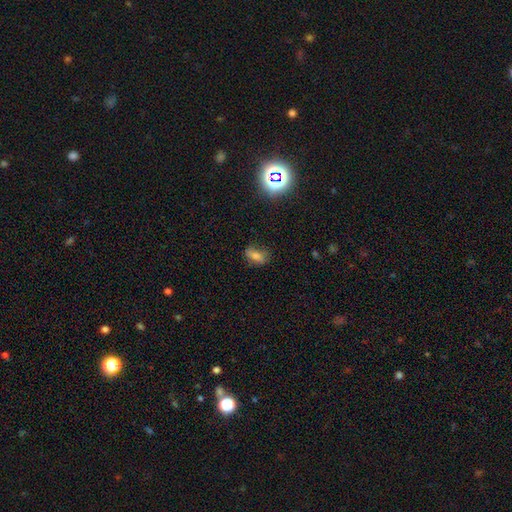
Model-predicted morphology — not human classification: smooth 57%, featured or disk 22%, star or artifact 21%. Down the decision tree: how rounded — in between (78%); merging — none (67%).